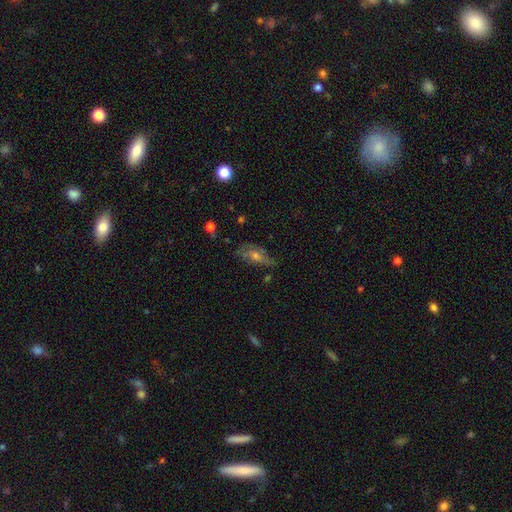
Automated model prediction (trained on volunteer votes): A featured or disk galaxy (52%).

Vote fractions:
- Smooth or featured? featured or disk: 52% / smooth: 36% / star or artifact: 12%
- Edge-on disk? no: 76% / yes: 24%
- Merging? none: 55% / minor disturbance: 28% / major disturbance: 14% / merger: 3%